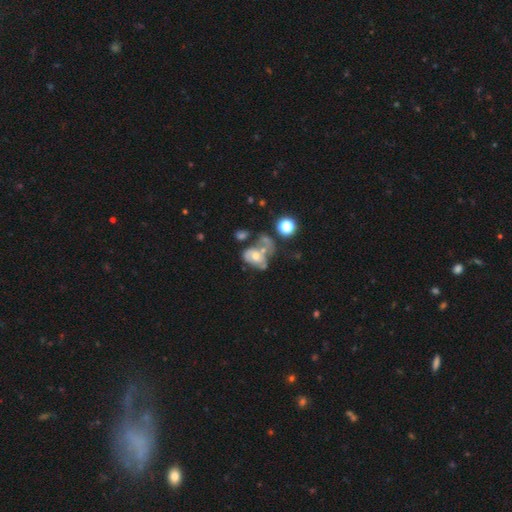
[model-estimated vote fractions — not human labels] A featured or disk galaxy (48%).

Vote fractions:
- Smooth or featured? featured or disk: 48% / smooth: 40% / star or artifact: 12%
- Merging? merger: 44% / major disturbance: 25% / none: 17% / minor disturbance: 15%